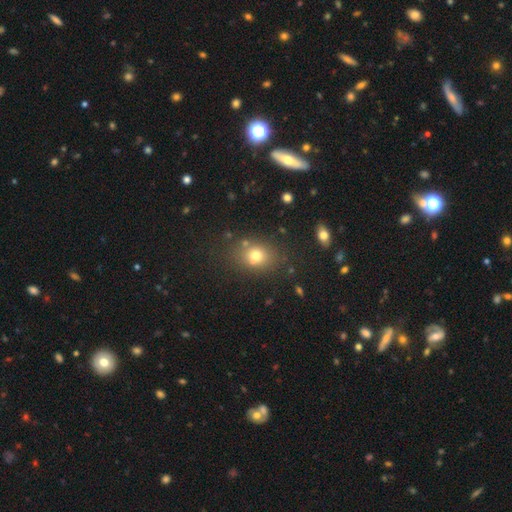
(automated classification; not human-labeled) smooth 71%, star or artifact 16%, featured or disk 13%. Down the decision tree: how rounded — round (54%); merging — none (69%).